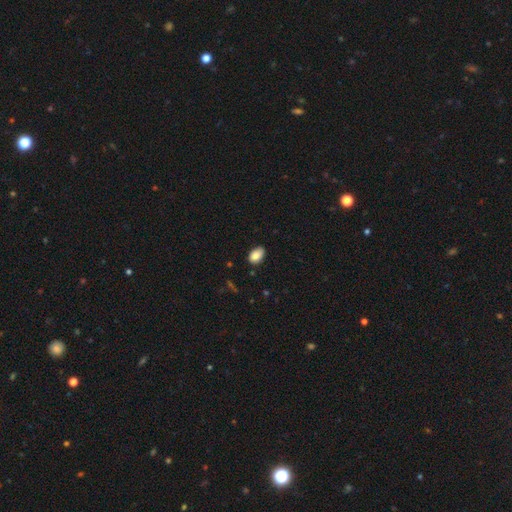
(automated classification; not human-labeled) smooth 85%, star or artifact 8%, featured or disk 7%. Down the decision tree: how rounded — in between (90%); merging — none (79%).